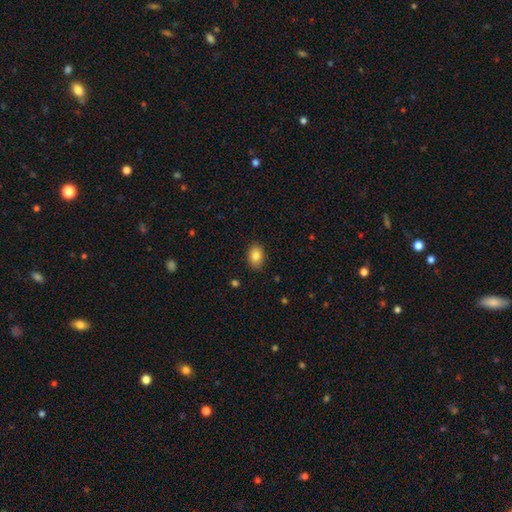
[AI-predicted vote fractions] The model was most divided on "how rounded": in between: 78%, round: 21%, cigar-shaped: 1%. More confident: merging — none (87%); smooth or featured — smooth (84%).